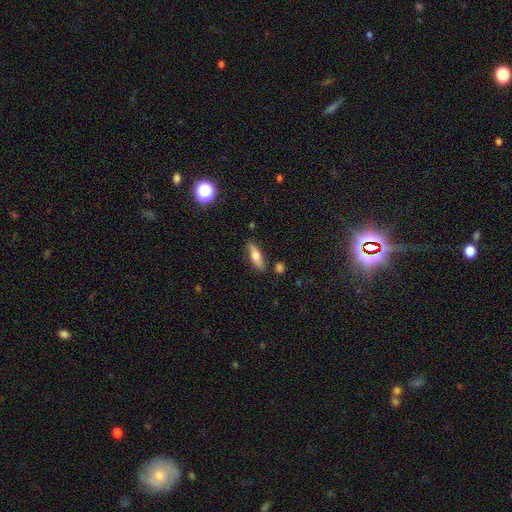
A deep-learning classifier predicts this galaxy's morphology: smooth 63%, featured or disk 30%, star or artifact 7%. Down the decision tree: how rounded — cigar-shaped (49%); merging — none (82%).